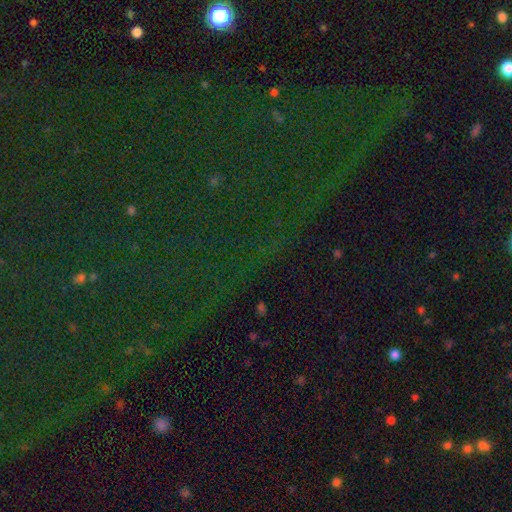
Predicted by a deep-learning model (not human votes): This appears to be a star or artifact, not a galaxy (82%).